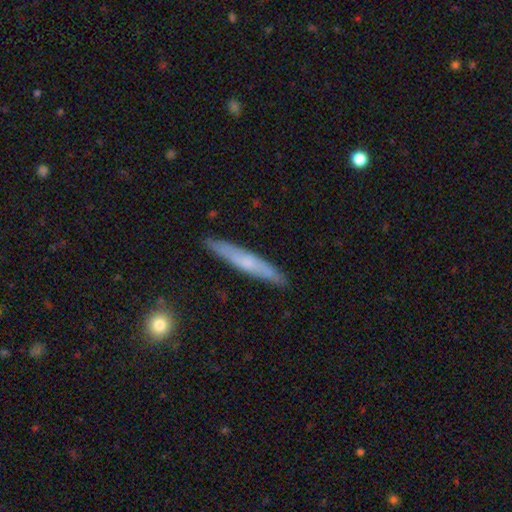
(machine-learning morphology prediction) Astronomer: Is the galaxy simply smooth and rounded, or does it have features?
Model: featured or disk — 48% (runner-up: smooth, 45%).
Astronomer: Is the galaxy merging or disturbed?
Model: none — 89%.